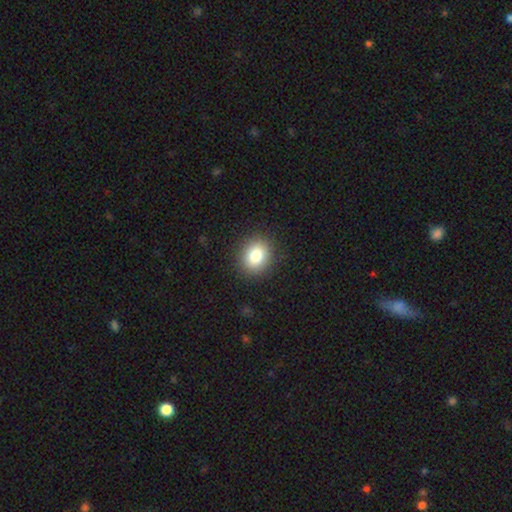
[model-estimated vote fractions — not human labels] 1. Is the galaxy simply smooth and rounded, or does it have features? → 83% smooth, 10% star or artifact, 7% featured or disk.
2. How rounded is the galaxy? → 62% round, 37% in between, 1% cigar-shaped.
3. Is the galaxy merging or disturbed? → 90% none, 7% minor disturbance, 2% major disturbance, 1% merger.